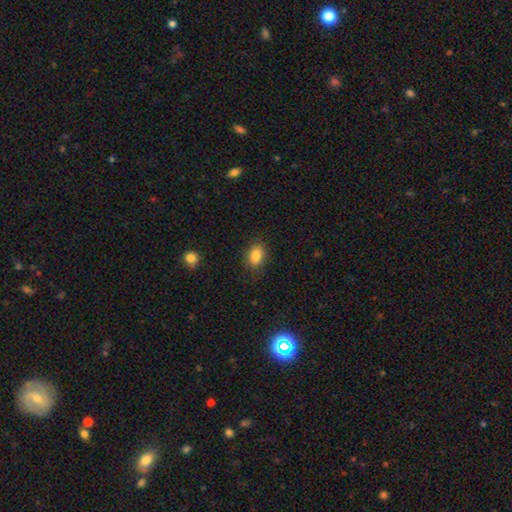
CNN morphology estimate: This appears to be a smooth galaxy with no disk features (84%) that is in between round and cigar-shaped (75%). Merging: none (83%).